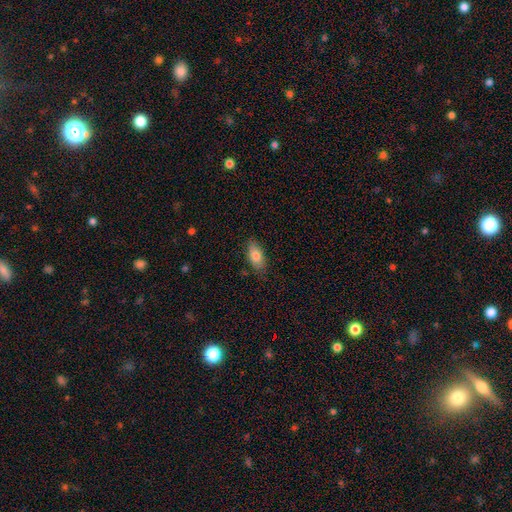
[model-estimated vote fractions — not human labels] Smooth or featured: smooth — 79% (featured or disk — 13%)
How rounded: in between — 89% (cigar-shaped — 8%)
Merging: none — 82% (minor disturbance — 14%)